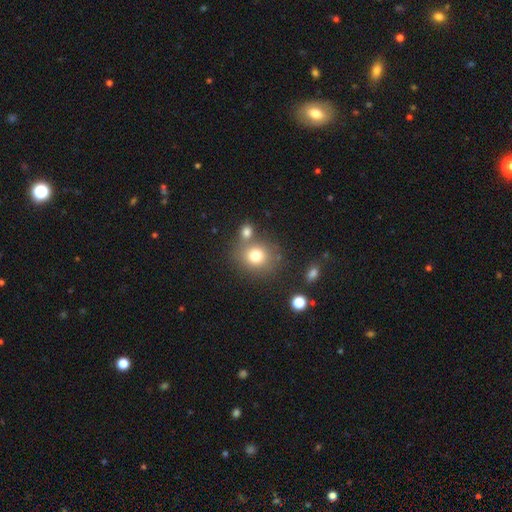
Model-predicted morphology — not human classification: smooth 76%, star or artifact 13%, featured or disk 11%. Down the decision tree: how rounded — round (78%); merging — none (62%).